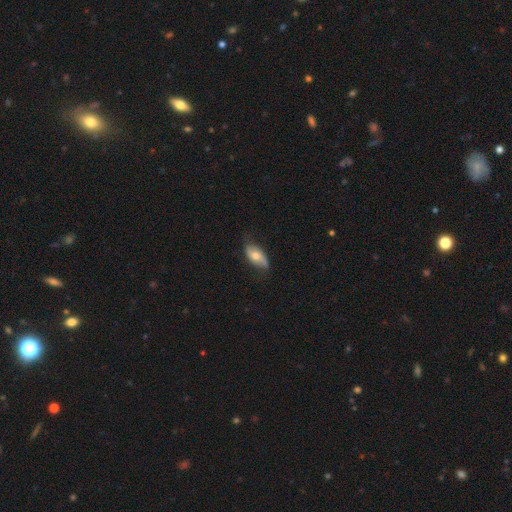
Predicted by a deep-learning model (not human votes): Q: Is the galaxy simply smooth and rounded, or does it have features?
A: smooth — 51%.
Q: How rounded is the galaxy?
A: in between — 90%.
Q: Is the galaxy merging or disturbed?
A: none — 69%.